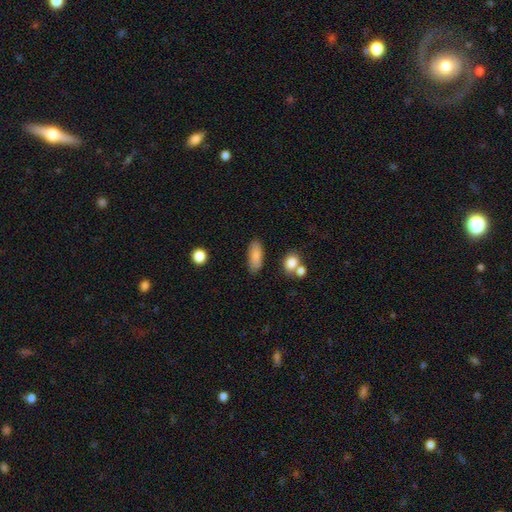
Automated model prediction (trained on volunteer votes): A smooth galaxy with no disk features (83%) that is in between round and cigar-shaped (78%).

Vote fractions:
- Smooth or featured? smooth: 83% / featured or disk: 9% / star or artifact: 7%
- How rounded? in between: 78% / cigar-shaped: 19% / round: 3%
- Merging? none: 81% / minor disturbance: 12% / merger: 4% / major disturbance: 3%